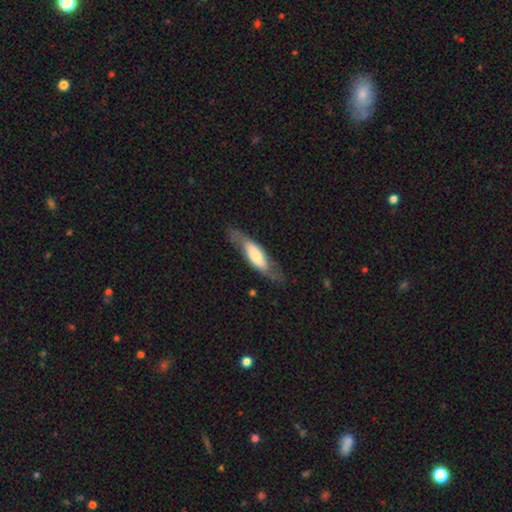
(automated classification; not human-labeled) smooth-or-featured: smooth: 50% | featured or disk: 44% | star or artifact: 6%
  merging: none: 70% | minor disturbance: 19% | major disturbance: 9% | merger: 2%